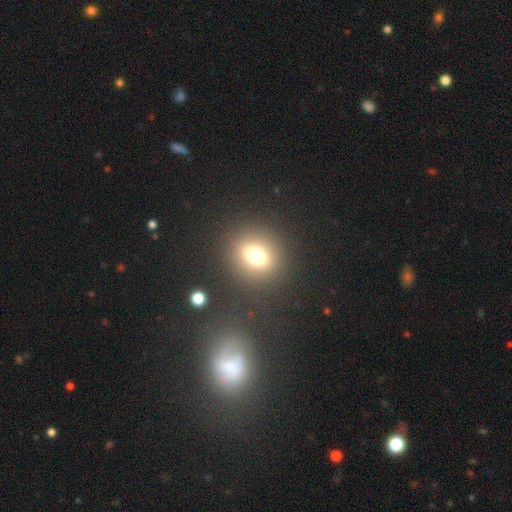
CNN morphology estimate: A smooth galaxy with no disk features (70%) that is round (71%). Merging: none (85%).